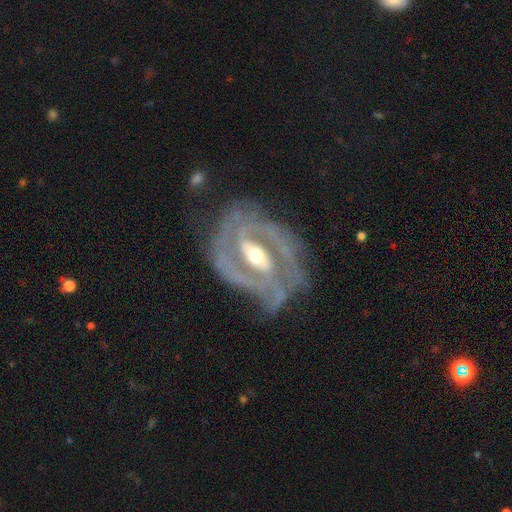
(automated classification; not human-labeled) Smooth or featured: featured or disk — 91% (smooth — 5%)
Edge-on disk: no — 96% (yes — 4%)
Bar: strong — 53% (weak — 32%)
Spiral arms: yes — 95% (no — 5%)
Spiral winding: tight — 51% (medium — 39%)
Spiral arm count: 2 — 73% (3 — 10%)
Bulge size: moderate — 67% (small — 25%)
Merging: none — 63% (minor disturbance — 21%)